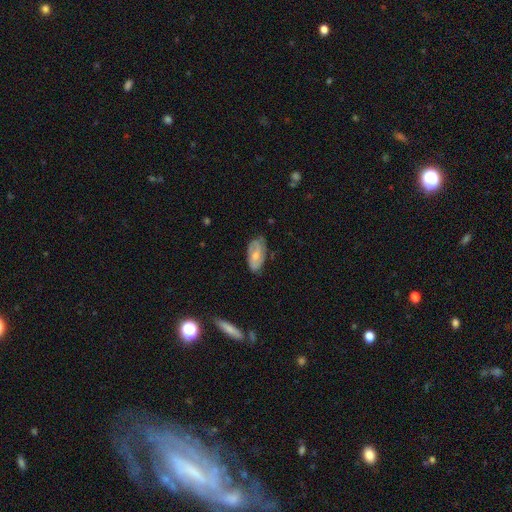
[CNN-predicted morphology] smooth_or_featured: featured or disk (p=0.54) [alt: smooth p=0.40]
disk_edge_on: no (p=0.92) [alt: yes p=0.08]
merging: none (p=0.68) [alt: minor disturbance p=0.25]